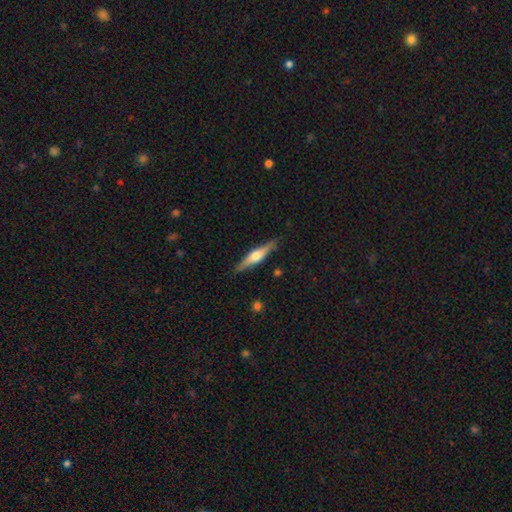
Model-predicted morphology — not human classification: The model was most divided on "smooth or featured": featured or disk: 69%, smooth: 26%, star or artifact: 6%. More confident: edge-on disk — yes (97%); edge-on bulge — rounded (92%); merging — none (89%).